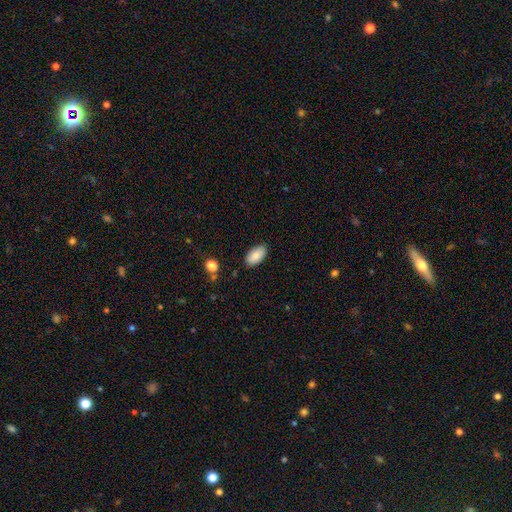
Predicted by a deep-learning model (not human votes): This appears to be a smooth galaxy with no disk features (87%) that is in between round and cigar-shaped (94%). Merging: none (86%).